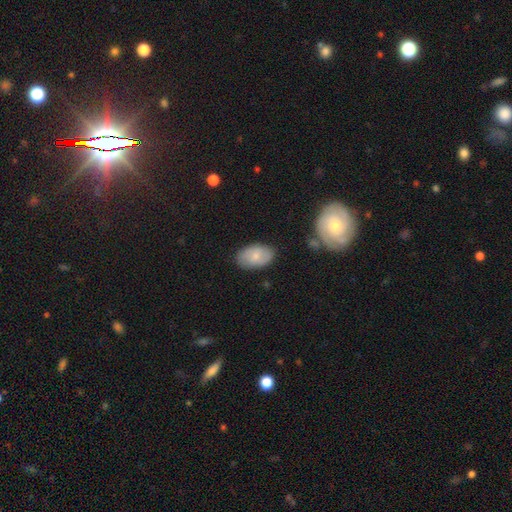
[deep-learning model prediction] smooth_or_featured: smooth (p=0.75) [alt: featured or disk p=0.18]
how_rounded: in between (p=0.93) [alt: round p=0.06]
merging: none (p=0.83) [alt: minor disturbance p=0.13]